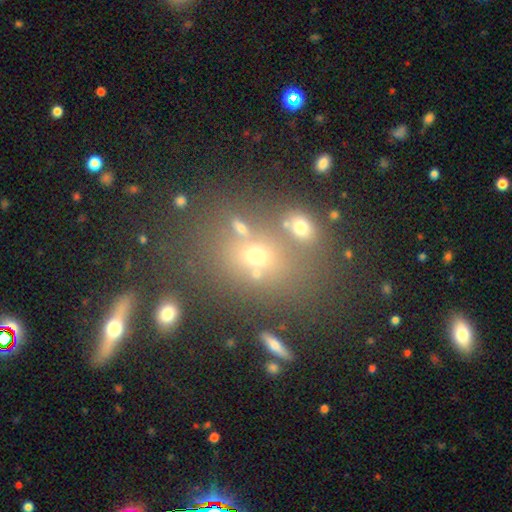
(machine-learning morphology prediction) Overall: smooth (64%). How rounded: in between (51%; round 46%). Merging: none (49%; merger 33%).